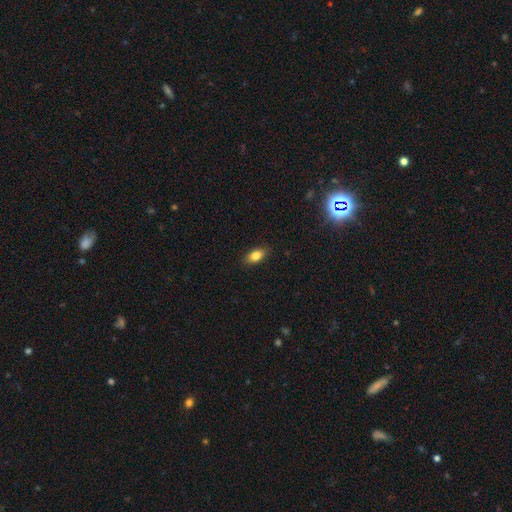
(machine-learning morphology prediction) smooth 83%, featured or disk 9%, star or artifact 9%. Down the decision tree: how rounded — in between (87%); merging — none (87%).